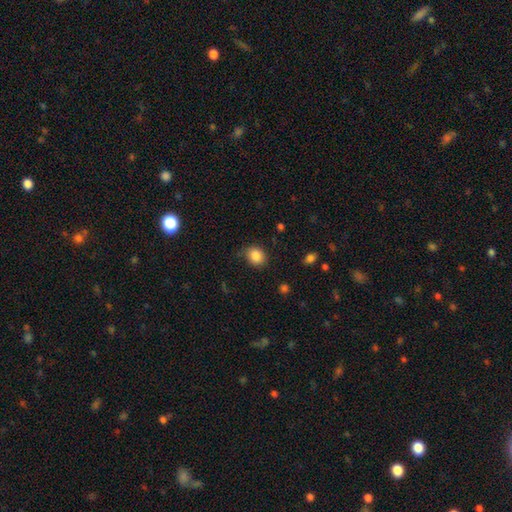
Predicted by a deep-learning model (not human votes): Overall: smooth (85%). How rounded: round (62%; in between 37%). Merging: none (76%).